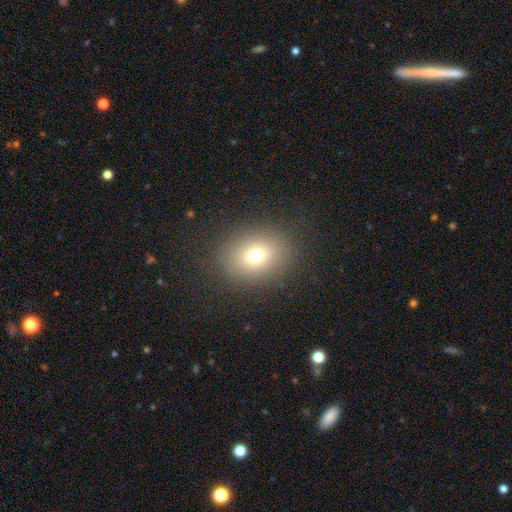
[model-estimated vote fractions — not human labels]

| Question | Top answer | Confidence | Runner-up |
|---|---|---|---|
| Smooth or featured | smooth | 73% | star or artifact (16%) |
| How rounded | round | 57% | in between (42%) |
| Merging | none | 87% | minor disturbance (8%) |